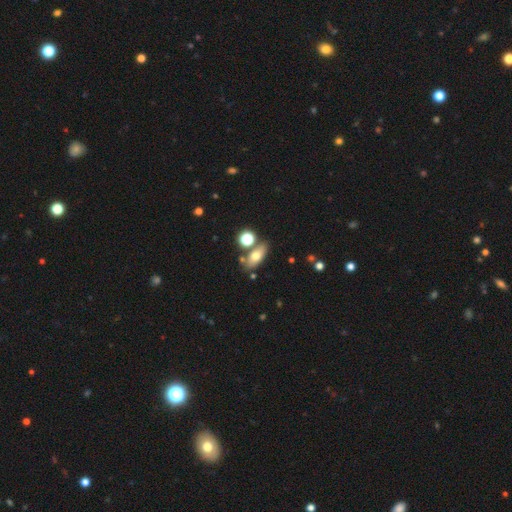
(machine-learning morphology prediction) Smooth or featured? Predicted: smooth (p=0.68). How rounded? Predicted: in between (p=0.76). Merging? Predicted: none (p=0.69).